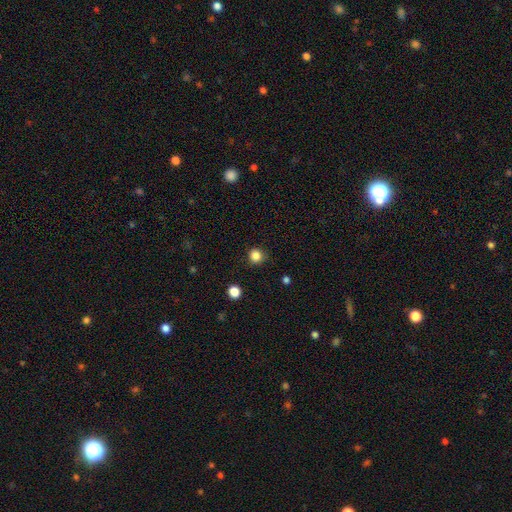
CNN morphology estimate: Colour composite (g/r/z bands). It shows a smooth galaxy with no disk features (85%) that is round (93%). Merging: none (89%).